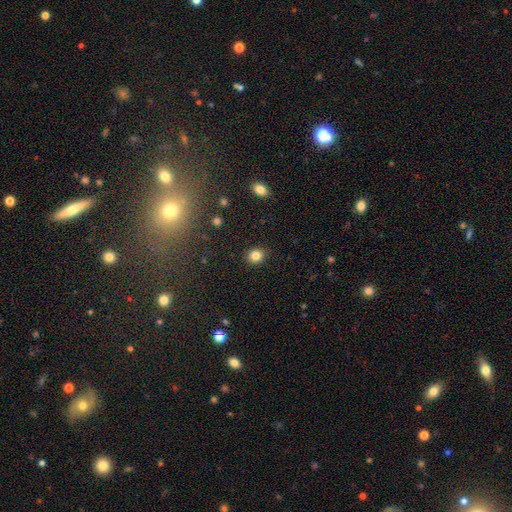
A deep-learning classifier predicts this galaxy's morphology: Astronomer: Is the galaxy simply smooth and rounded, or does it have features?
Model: smooth — 83%.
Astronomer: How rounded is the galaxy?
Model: round — 71%.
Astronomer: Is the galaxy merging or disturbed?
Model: none — 89%.